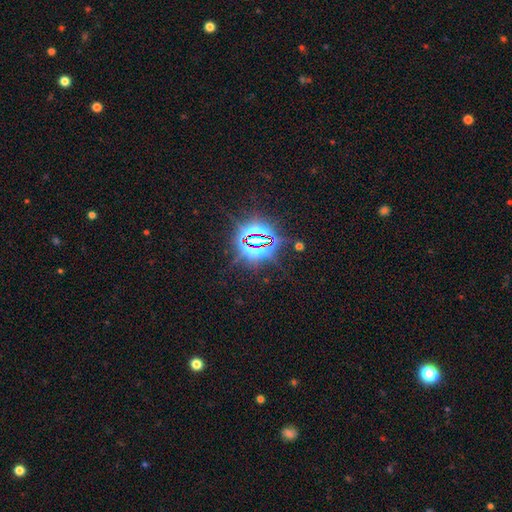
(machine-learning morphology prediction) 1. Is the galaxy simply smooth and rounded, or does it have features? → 84% star or artifact, 10% smooth, 7% featured or disk.